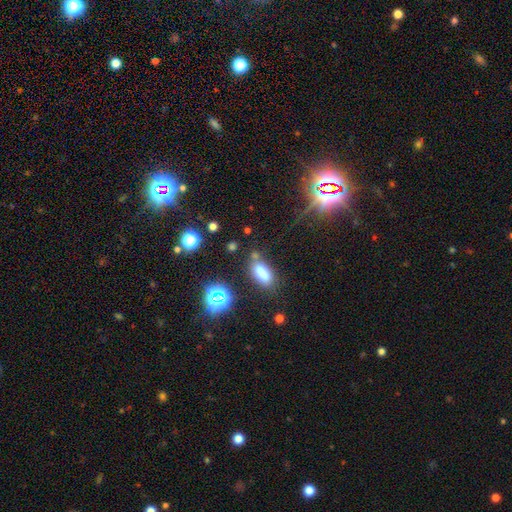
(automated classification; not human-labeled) This appears to be a smooth galaxy with no disk features (62%) that is in between round and cigar-shaped (82%). Merging: none (74%).